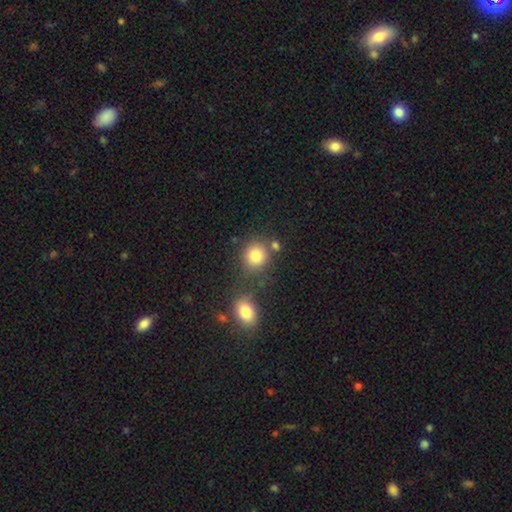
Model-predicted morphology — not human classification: This is clearly a smooth galaxy (83%). How rounded: clearly round (82%). Merging: likely none (67%).